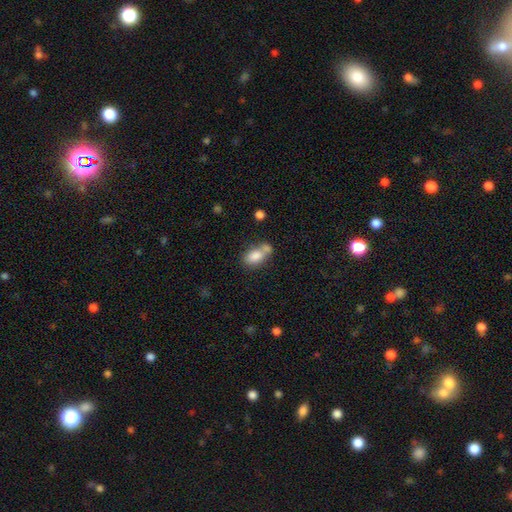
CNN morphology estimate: Smooth or featured?
  - smooth: 80% *
  - featured or disk: 11%
  - star or artifact: 9%
How rounded?
  - in between: 87% *
  - round: 9%
  - cigar-shaped: 4%
Merging?
  - none: 40% *
  - merger: 39%
  - minor disturbance: 15%
  - major disturbance: 6%